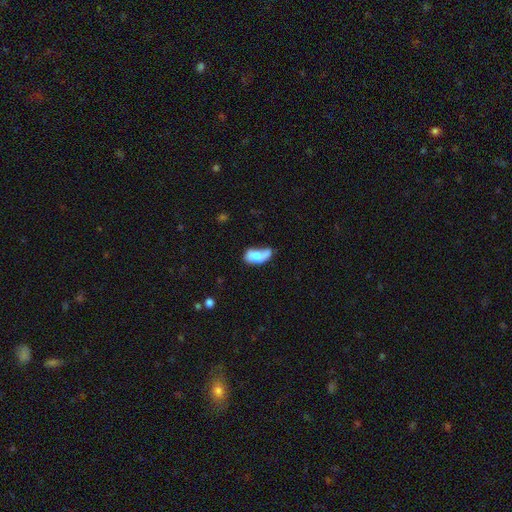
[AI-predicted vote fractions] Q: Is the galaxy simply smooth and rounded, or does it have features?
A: smooth — 61%.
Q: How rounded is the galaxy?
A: in between — 89%.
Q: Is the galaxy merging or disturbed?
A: minor disturbance — 32%.